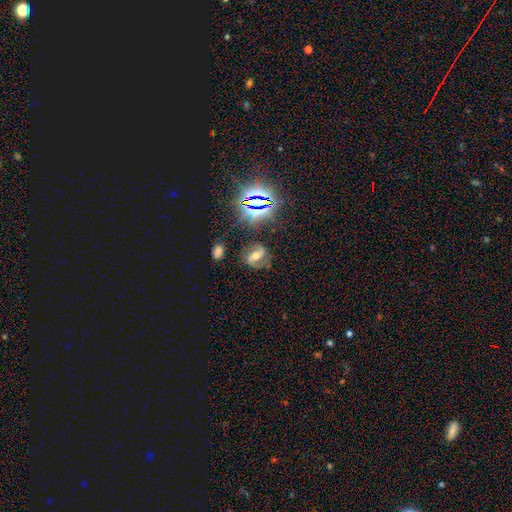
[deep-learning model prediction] This appears to be a featured or disk galaxy (66%) with a strong bar (56%), 2 (85%) medium (46%) spiral arms (88%) and a moderate central bulge (61%). Merging: none (72%).